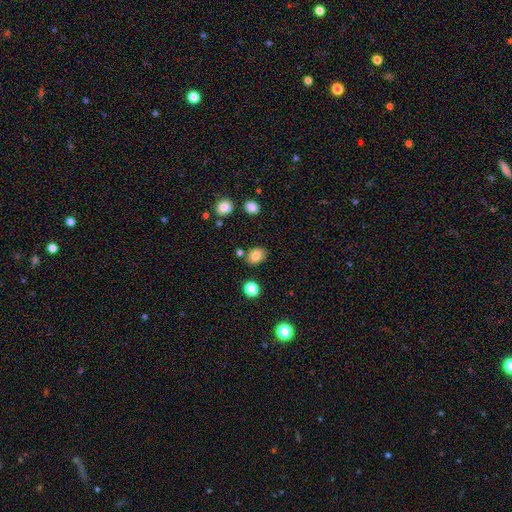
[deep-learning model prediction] Overall: smooth (83%). How rounded: in between (61%; round 38%). Merging: none (79%).